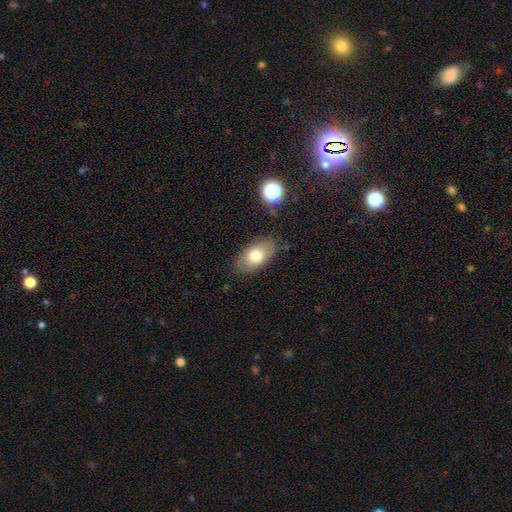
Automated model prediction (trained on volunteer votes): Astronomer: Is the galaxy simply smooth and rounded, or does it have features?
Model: smooth — 74%.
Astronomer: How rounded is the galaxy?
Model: in between — 91%.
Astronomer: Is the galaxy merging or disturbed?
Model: none — 80%.